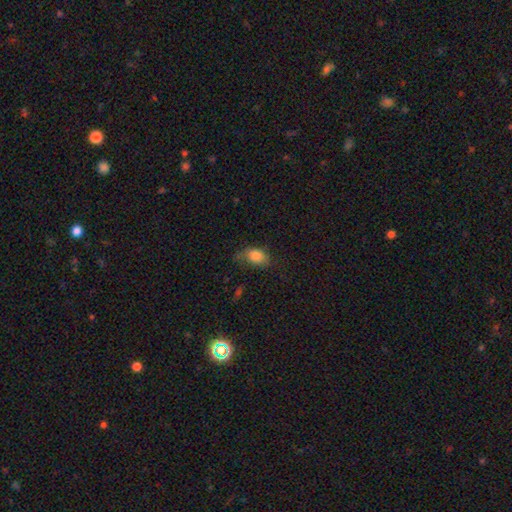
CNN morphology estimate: Smooth or featured: smooth — 83% (star or artifact — 9%)
How rounded: in between — 81% (round — 17%)
Merging: none — 50% (minor disturbance — 33%)